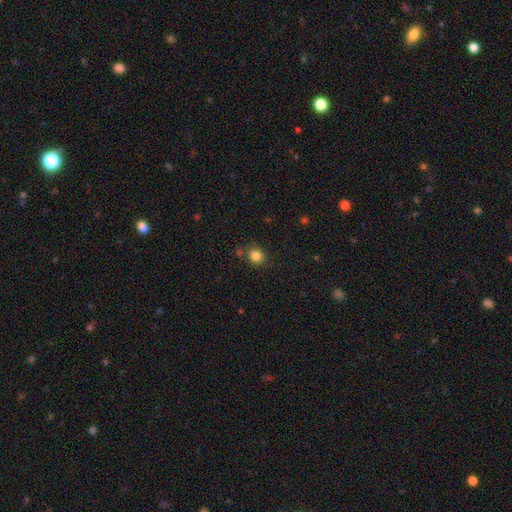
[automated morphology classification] type=smooth (83%); roundness=round (80%); merging=none (80%).